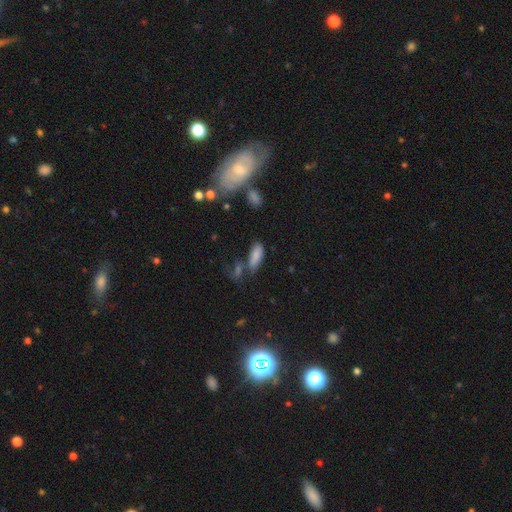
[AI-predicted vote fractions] A smooth galaxy with no disk features (81%) that is in between round and cigar-shaped (72%).

Vote fractions:
- Smooth or featured? smooth: 81% / star or artifact: 10% / featured or disk: 9%
- How rounded? in between: 72% / cigar-shaped: 25% / round: 3%
- Merging? none: 55% / merger: 20% / minor disturbance: 18% / major disturbance: 7%